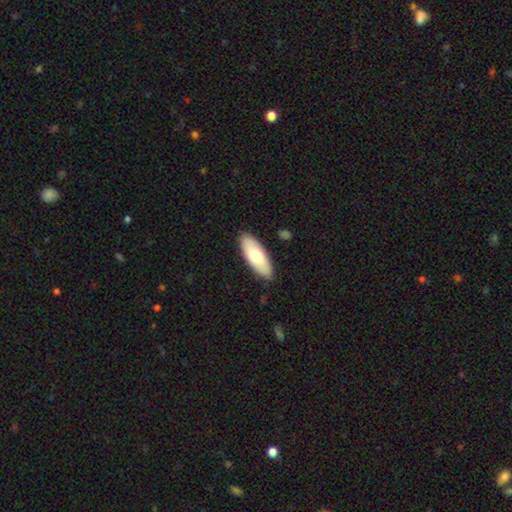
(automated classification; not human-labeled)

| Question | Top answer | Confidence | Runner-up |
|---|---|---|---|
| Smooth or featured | smooth | 72% | featured or disk (23%) |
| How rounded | in between | 77% | cigar-shaped (21%) |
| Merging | none | 88% | minor disturbance (9%) |